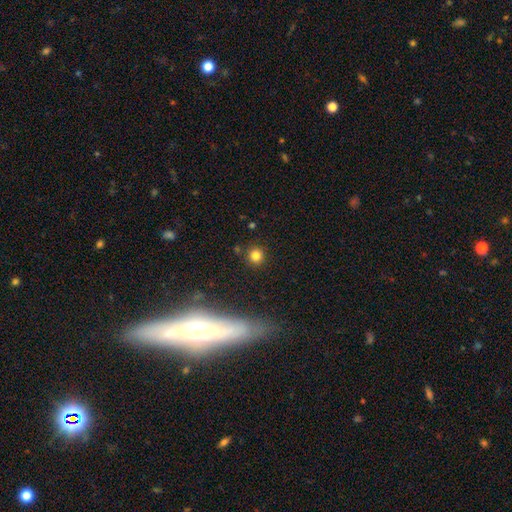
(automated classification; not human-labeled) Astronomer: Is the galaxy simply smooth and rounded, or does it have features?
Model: smooth — 79%.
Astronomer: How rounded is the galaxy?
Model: round — 93%.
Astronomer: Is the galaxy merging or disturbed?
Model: none — 89%.